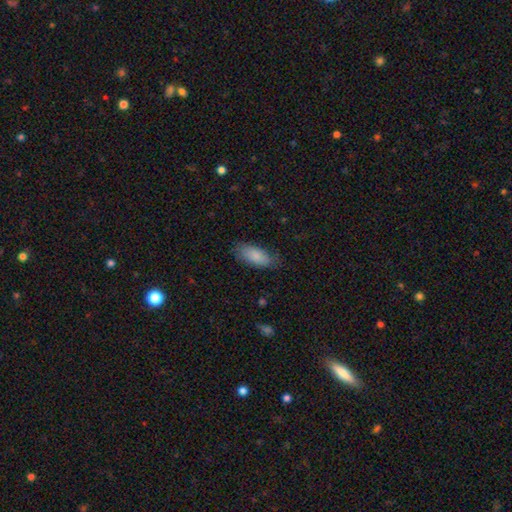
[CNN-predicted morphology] Smooth or featured? Predicted: smooth (p=0.86). How rounded? Predicted: in between (p=0.85). Merging? Predicted: none (p=0.76).